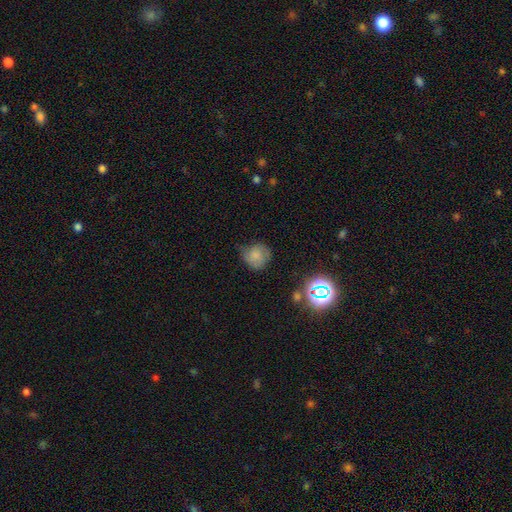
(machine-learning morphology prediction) Smooth or featured: smooth — 71% (featured or disk — 15%)
How rounded: round — 85% (in between — 14%)
Merging: none — 58% (minor disturbance — 30%)